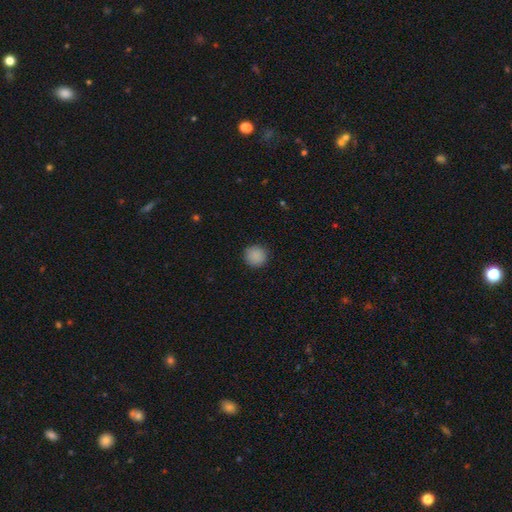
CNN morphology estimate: smooth-or-featured: smooth: 89% | star or artifact: 8% | featured or disk: 3%
  how-rounded: round: 94% | in between: 5% | cigar-shaped: 1%
  merging: none: 91% | minor disturbance: 6% | major disturbance: 2% | merger: 1%